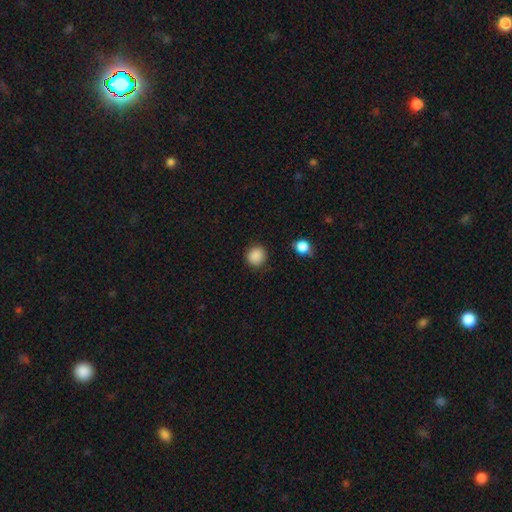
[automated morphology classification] Smooth or featured? Predicted: smooth (p=0.87). How rounded? Predicted: round (p=0.90). Merging? Predicted: none (p=0.89).